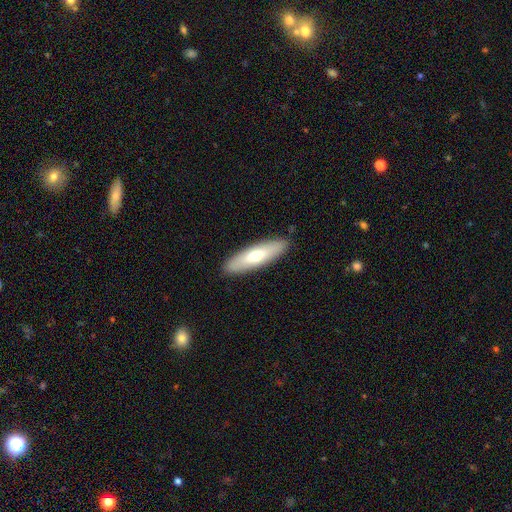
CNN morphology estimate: type=smooth (63%); roundness=cigar-shaped (60%); merging=none (89%).